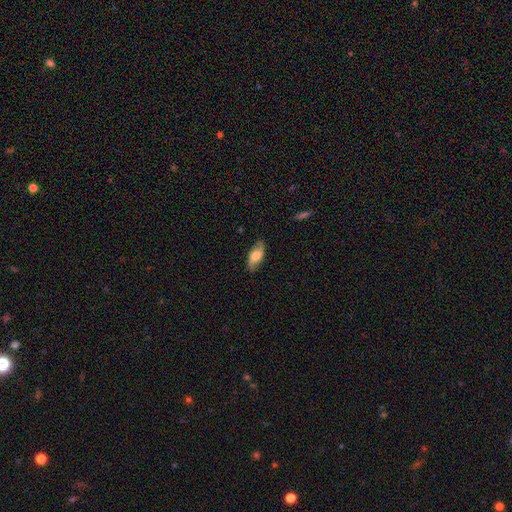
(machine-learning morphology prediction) The model was most divided on "smooth or featured": smooth: 51%, featured or disk: 42%, star or artifact: 7%. More confident: how rounded — in between (84%); merging — none (81%).